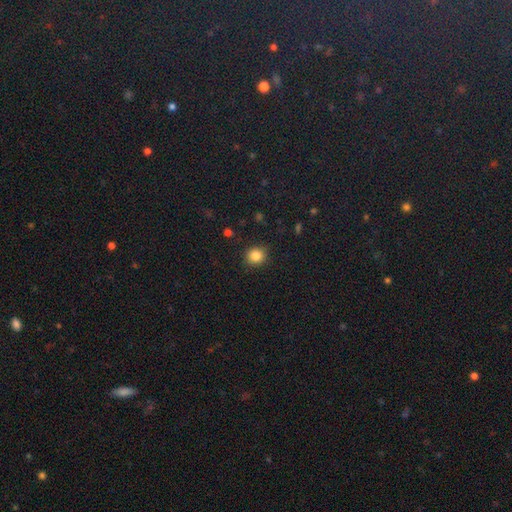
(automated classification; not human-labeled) This appears to be a smooth galaxy with no disk features (84%) that is round (83%). Merging: none (89%).